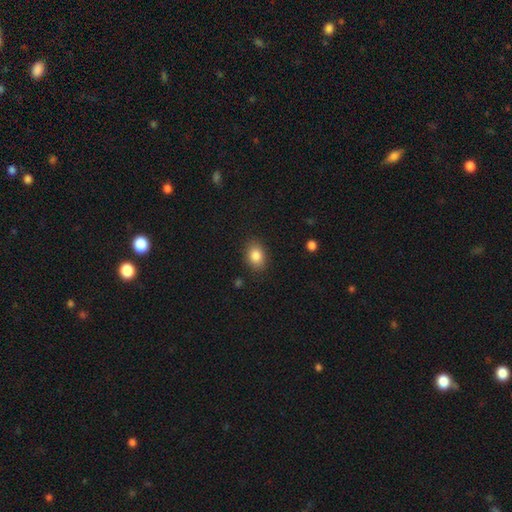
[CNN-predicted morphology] The model was most divided on "how rounded": in between: 71%, round: 28%, cigar-shaped: 1%. More confident: merging — none (86%); smooth or featured — smooth (85%).